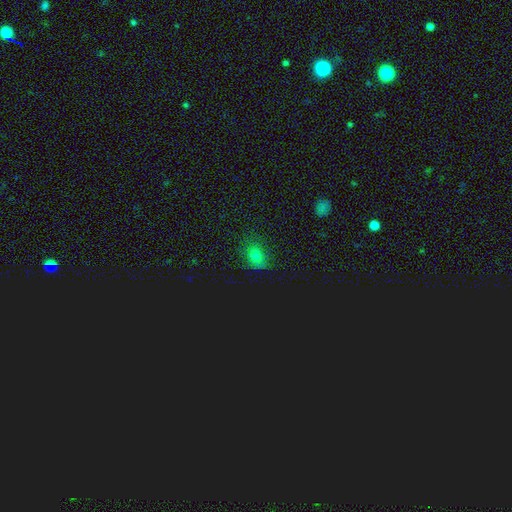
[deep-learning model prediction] This appears to be a smooth galaxy with no disk features (63%) that is in between round and cigar-shaped (53%). Merging: none (76%).